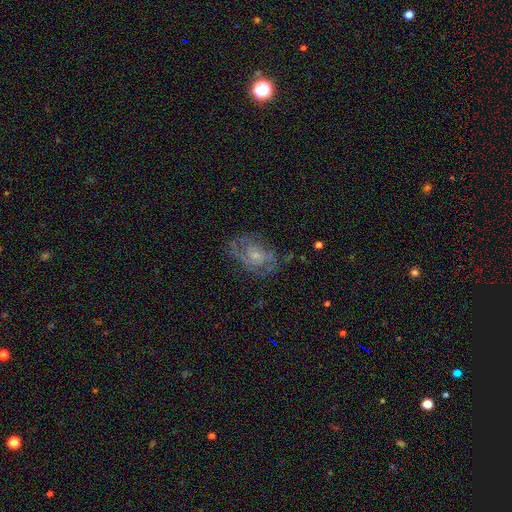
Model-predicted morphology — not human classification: smooth_or_featured: featured or disk (p=0.77) [alt: smooth p=0.15]
disk_edge_on: no (p=0.97) [alt: yes p=0.03]
bar: no (p=0.64) [alt: weak p=0.31]
has_spiral_arms: yes (p=0.88) [alt: no p=0.12]
spiral_winding: medium (p=0.46) [alt: tight p=0.38]
spiral_arm_count: 2 (p=0.54) [alt: can't tell p=0.24]
bulge_size: small (p=0.66) [alt: moderate p=0.25]
merging: none (p=0.64) [alt: minor disturbance p=0.20]